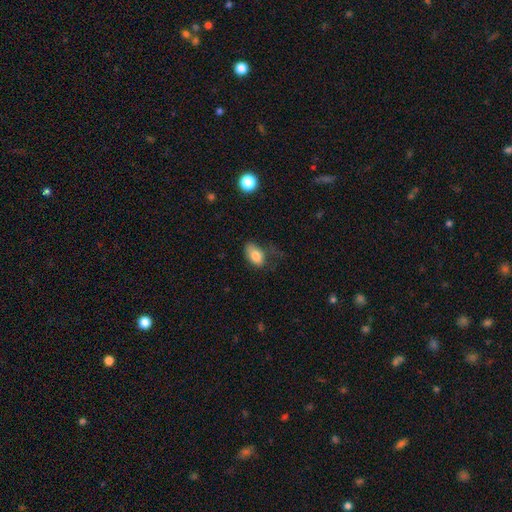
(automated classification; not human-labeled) A smooth galaxy with no disk features (81%) that is in between round and cigar-shaped (90%).

Vote fractions:
- Smooth or featured? smooth: 81% / featured or disk: 11% / star or artifact: 8%
- How rounded? in between: 90% / round: 8% / cigar-shaped: 2%
- Merging? none: 43% / minor disturbance: 33% / major disturbance: 22% / merger: 2%